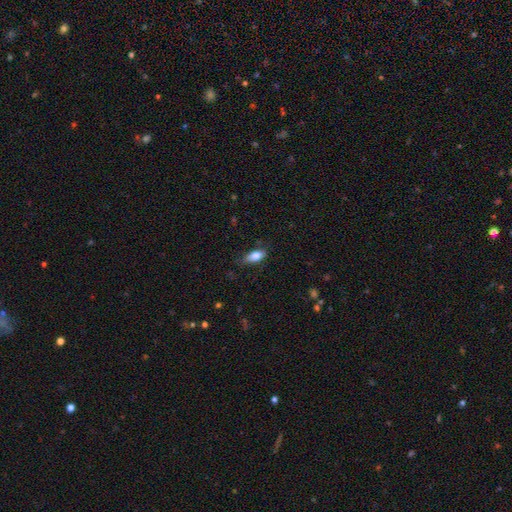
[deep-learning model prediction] A smooth galaxy with no disk features (78%) that is in between round and cigar-shaped (81%). Merging: none (73%).